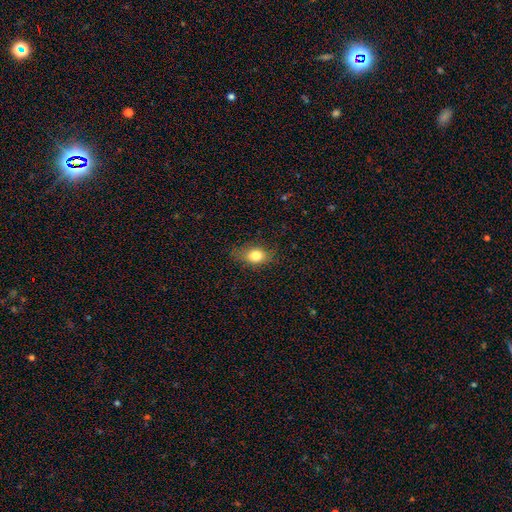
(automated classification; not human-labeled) smooth 80%, star or artifact 10%, featured or disk 10%. Down the decision tree: how rounded — in between (70%); merging — none (73%).